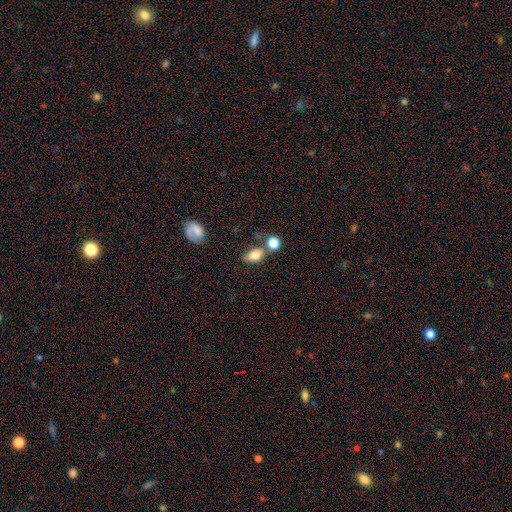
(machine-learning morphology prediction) smooth 80%, star or artifact 10%, featured or disk 10%. Down the decision tree: how rounded — in between (82%); merging — none (51%).